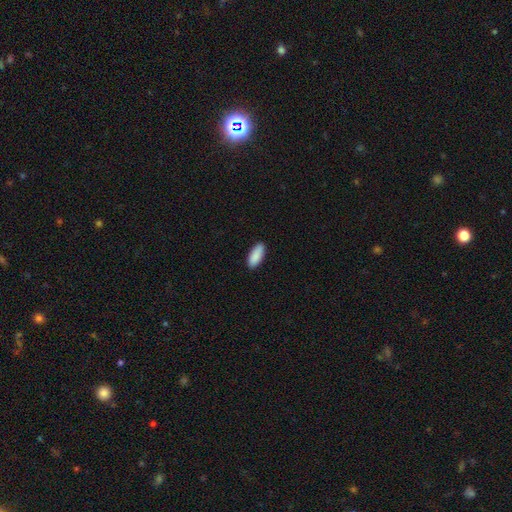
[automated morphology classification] The model was most divided on "how rounded": in between: 82%, cigar-shaped: 16%, round: 2%. More confident: smooth or featured — smooth (90%); merging — none (88%).